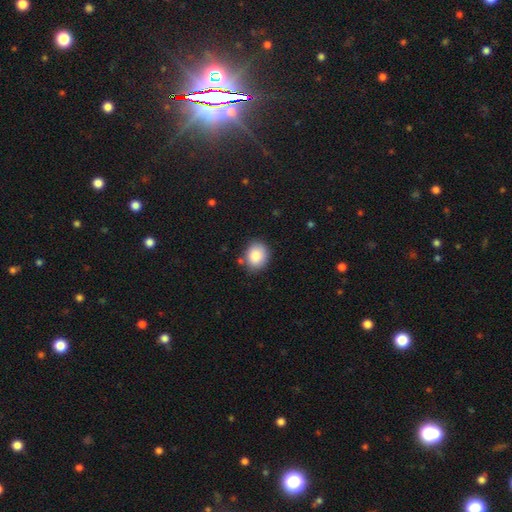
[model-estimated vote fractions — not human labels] smooth_or_featured: smooth (p=0.84) [alt: star or artifact p=0.08]
how_rounded: round (p=0.59) [alt: in between p=0.40]
merging: none (p=0.81) [alt: minor disturbance p=0.12]